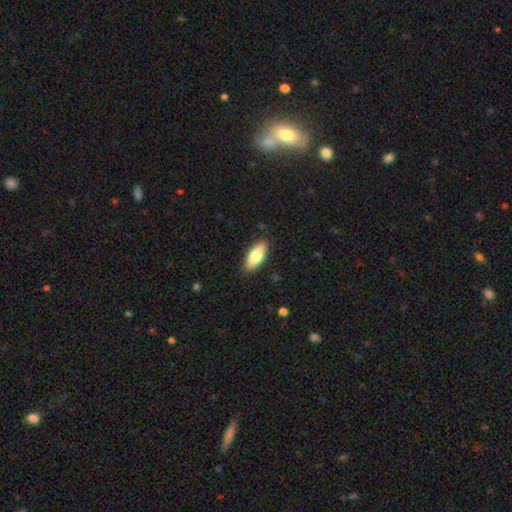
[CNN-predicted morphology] Q: Smooth or featured?
A: smooth (77%); runner-up: featured or disk (17%)
Q: How rounded?
A: in between (81%); runner-up: cigar-shaped (17%)
Q: Merging?
A: none (88%); runner-up: minor disturbance (9%)